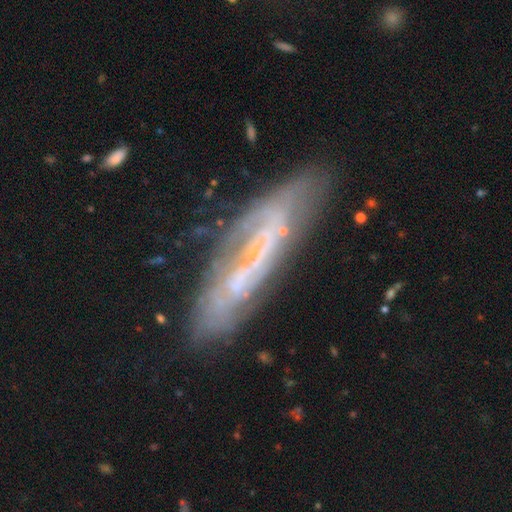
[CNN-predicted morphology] Smooth or featured? Predicted: featured or disk (p=0.66). Edge-on disk? Predicted: no (p=0.63). Merging? Predicted: none (p=0.63).